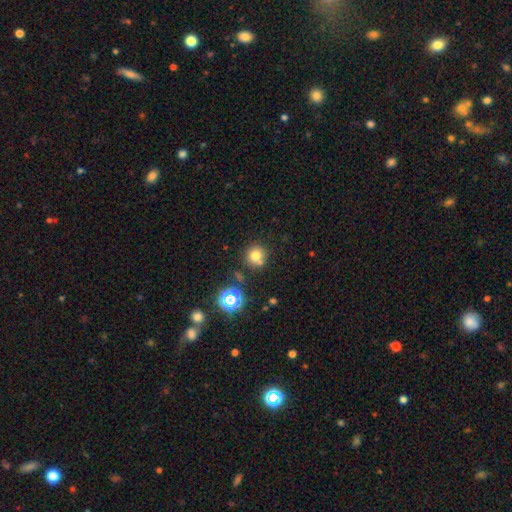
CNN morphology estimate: smooth_or_featured: smooth (p=0.73) [alt: star or artifact p=0.18]
how_rounded: round (p=0.92) [alt: in between p=0.07]
merging: none (p=0.73) [alt: merger p=0.13]